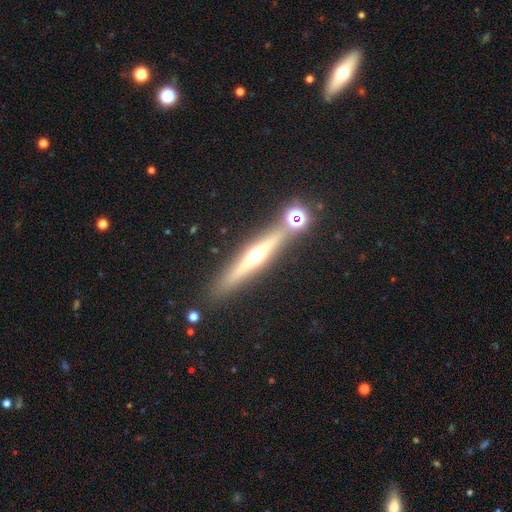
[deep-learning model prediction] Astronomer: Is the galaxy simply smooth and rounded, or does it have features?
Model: featured or disk — 69%.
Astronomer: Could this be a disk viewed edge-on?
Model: yes — 95%.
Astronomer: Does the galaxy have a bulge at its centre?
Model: rounded — 92%.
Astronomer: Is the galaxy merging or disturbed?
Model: none — 83%.